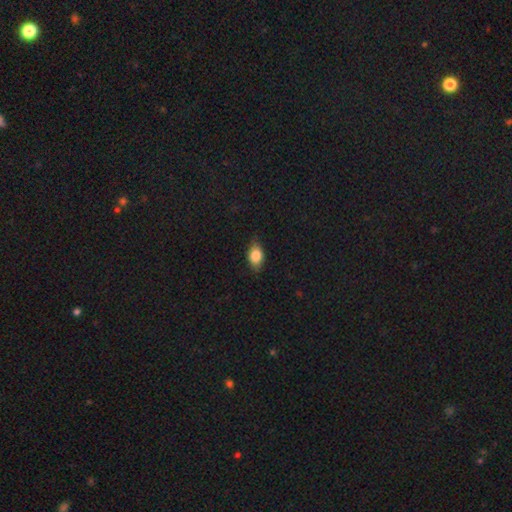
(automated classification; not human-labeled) Smooth or featured? Predicted: smooth (p=0.79). How rounded? Predicted: in between (p=0.83). Merging? Predicted: none (p=0.79).